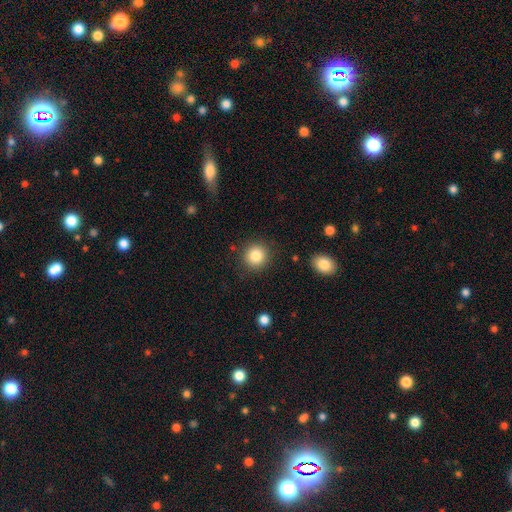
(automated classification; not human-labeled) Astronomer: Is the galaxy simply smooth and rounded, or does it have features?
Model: smooth — 84%.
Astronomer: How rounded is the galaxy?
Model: round — 91%.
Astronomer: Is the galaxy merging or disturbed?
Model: none — 88%.